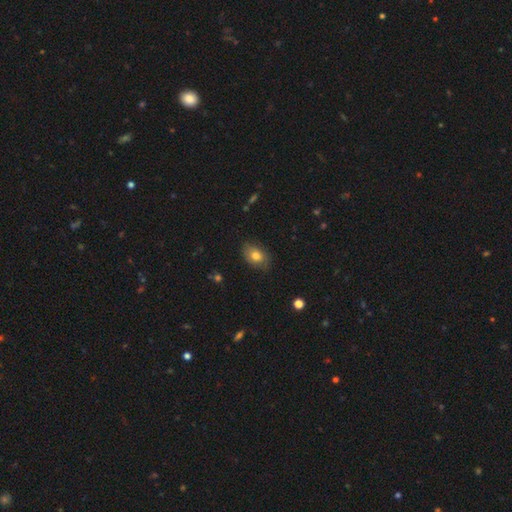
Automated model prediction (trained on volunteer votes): A smooth galaxy with no disk features (73%) that is in between round and cigar-shaped (77%). Merging: none (76%).